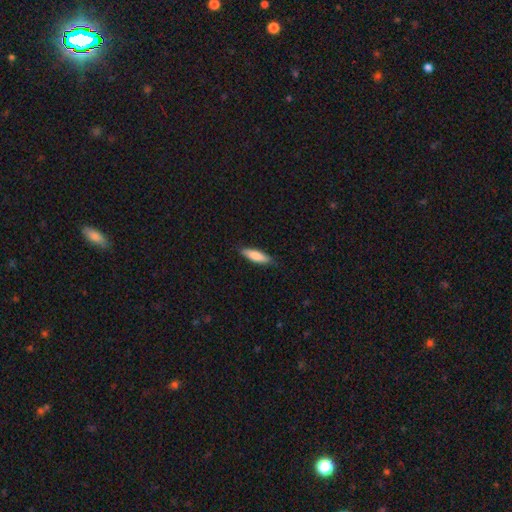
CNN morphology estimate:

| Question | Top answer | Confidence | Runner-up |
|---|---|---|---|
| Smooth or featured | smooth | 79% | featured or disk (15%) |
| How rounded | cigar-shaped | 60% | in between (38%) |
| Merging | none | 84% | minor disturbance (12%) |